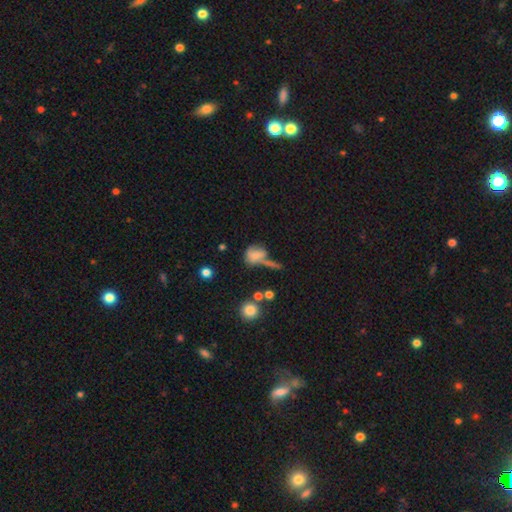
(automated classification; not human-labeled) This appears to be a smooth galaxy with no disk features (62%) that is in between round and cigar-shaped (48%). Merging: none (31%).